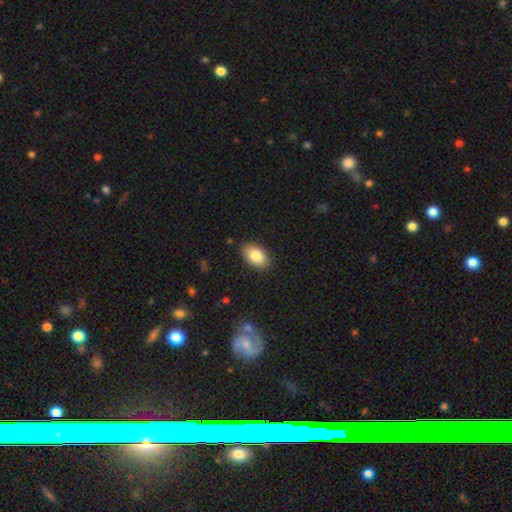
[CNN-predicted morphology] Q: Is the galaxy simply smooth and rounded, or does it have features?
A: smooth — 83%.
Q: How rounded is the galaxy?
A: in between — 91%.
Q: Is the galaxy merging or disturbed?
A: none — 87%.